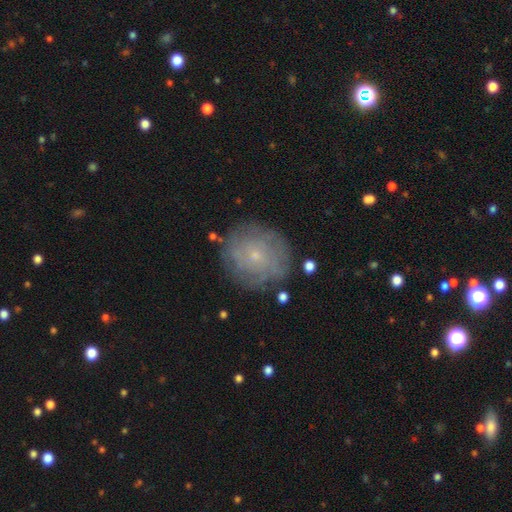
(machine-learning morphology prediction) Smooth or featured? Predicted: featured or disk (p=0.49). Merging? Predicted: none (p=0.81).